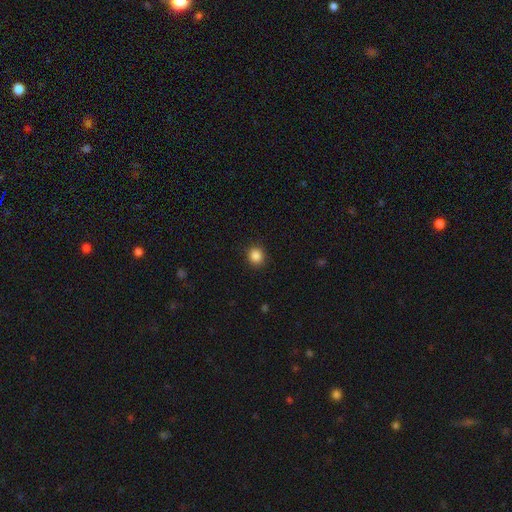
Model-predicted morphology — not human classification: Smooth or featured?
  - smooth: 86% *
  - star or artifact: 10%
  - featured or disk: 3%
How rounded?
  - round: 86% *
  - in between: 13%
  - cigar-shaped: 1%
Merging?
  - none: 91% *
  - minor disturbance: 6%
  - major disturbance: 2%
  - merger: 1%